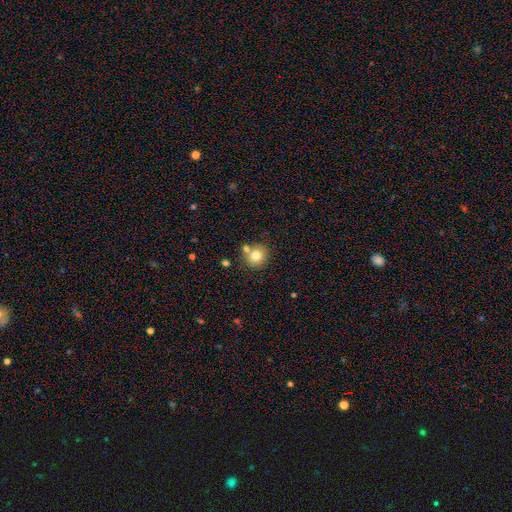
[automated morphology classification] Smooth or featured?
  - smooth: 78% *
  - featured or disk: 11%
  - star or artifact: 11%
How rounded?
  - round: 84% *
  - in between: 15%
  - cigar-shaped: 1%
Merging?
  - none: 65% *
  - merger: 21%
  - minor disturbance: 11%
  - major disturbance: 3%